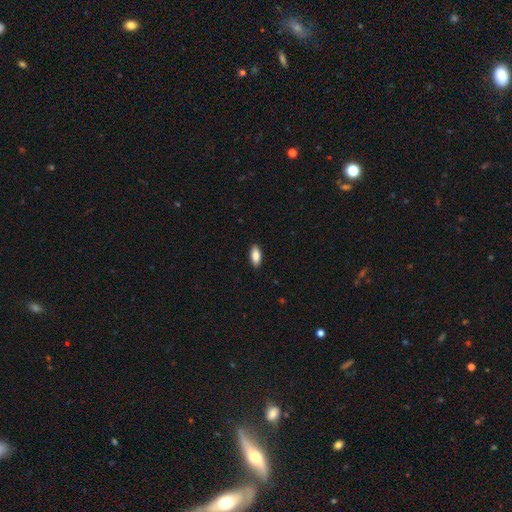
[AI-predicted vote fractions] Smooth or featured? smooth (86%)
How rounded? in between (87%)
Merging? none (90%)